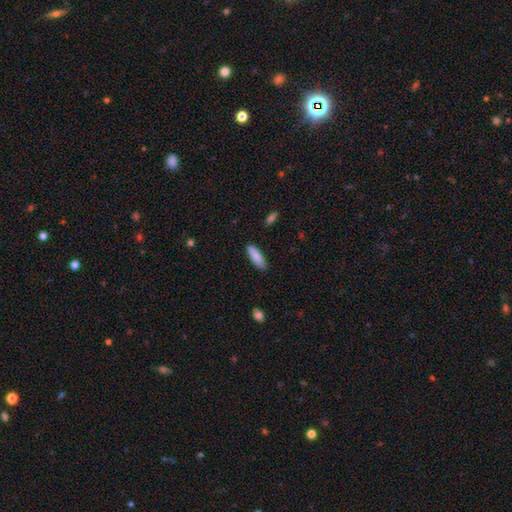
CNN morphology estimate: This is clearly a smooth galaxy (86%). How rounded: possibly cigar-shaped (51%). Merging: clearly none (84%).